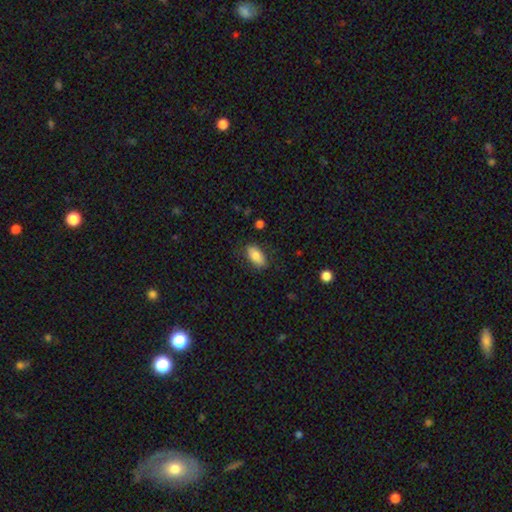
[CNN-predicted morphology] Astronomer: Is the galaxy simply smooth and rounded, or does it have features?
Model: smooth — 82%.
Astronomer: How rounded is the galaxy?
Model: in between — 91%.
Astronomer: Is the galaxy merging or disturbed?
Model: none — 81%.